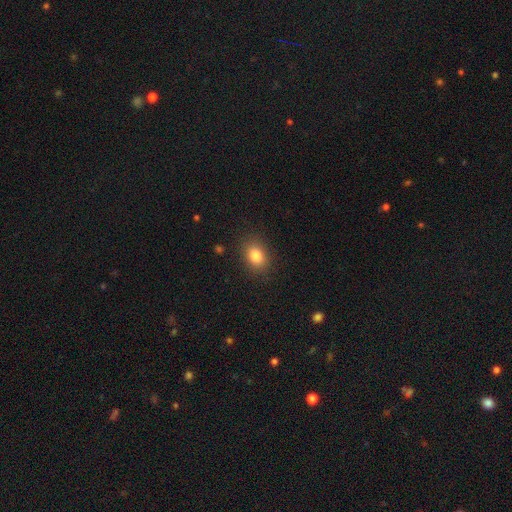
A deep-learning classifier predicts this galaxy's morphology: smooth 83%, star or artifact 10%, featured or disk 7%. Down the decision tree: how rounded — in between (71%); merging — none (86%).